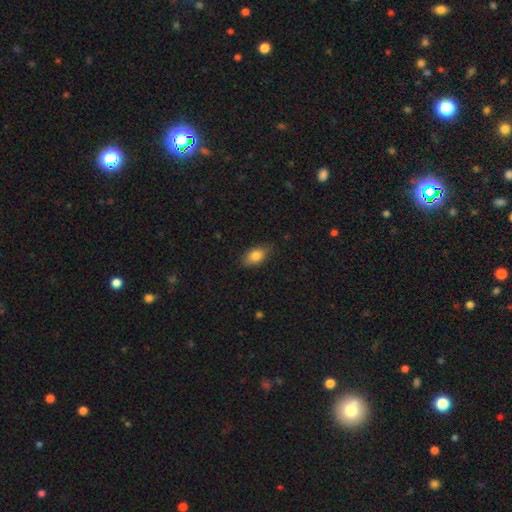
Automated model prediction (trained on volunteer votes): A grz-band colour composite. It shows a smooth galaxy with no disk features (82%) that is in between round and cigar-shaped (88%). Merging: none (81%).